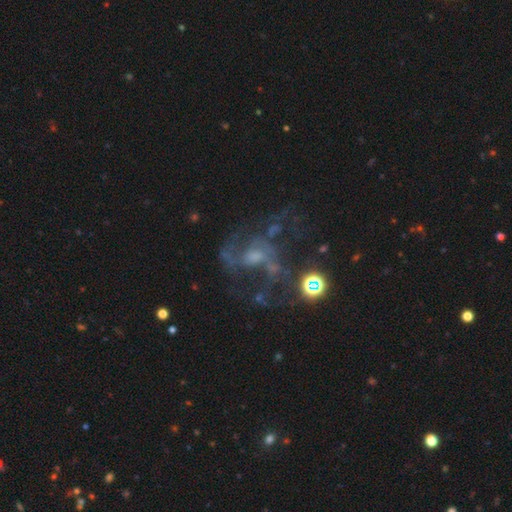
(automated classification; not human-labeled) The model was most divided on "bulge size": moderate: 37%, small: 36%, none: 20%, large: 5%, dominant: 2%. Remaining: edge-on disk — no (97%); spiral arms — yes (70%); smooth or featured — featured or disk (68%); bar — no (60%); merging — none (47%).